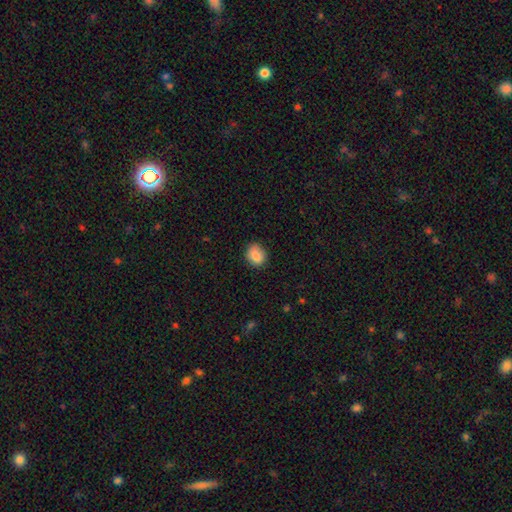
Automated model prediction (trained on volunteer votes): A smooth galaxy with no disk features (86%) that is round (55%).

Vote fractions:
- Smooth or featured? smooth: 86% / star or artifact: 8% / featured or disk: 6%
- How rounded? round: 55% / in between: 44% / cigar-shaped: 1%
- Merging? none: 84% / minor disturbance: 13% / major disturbance: 2% / merger: 1%